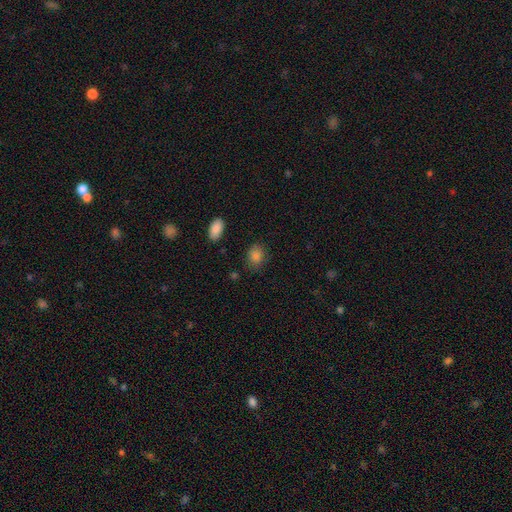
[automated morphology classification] Smooth or featured? Predicted: smooth (p=0.86). How rounded? Predicted: in between (p=0.56). Merging? Predicted: none (p=0.80).